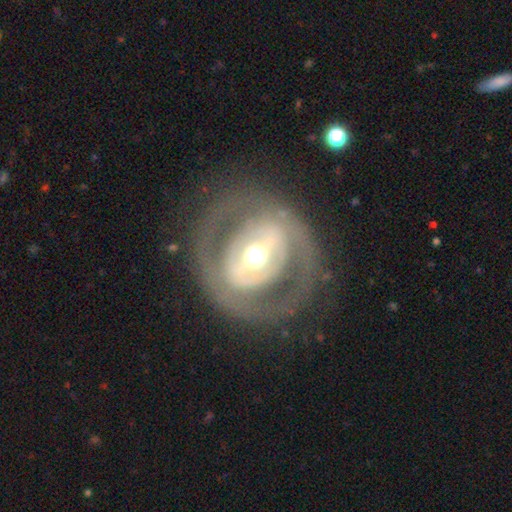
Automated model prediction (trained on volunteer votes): Overall: featured or disk (76%). Edge-on disk: no (93%). Bar: strong (49%; weak 28%). Spiral arms: no (64%; yes 36%). Bulge size: moderate (68%). Merging: none (76%).